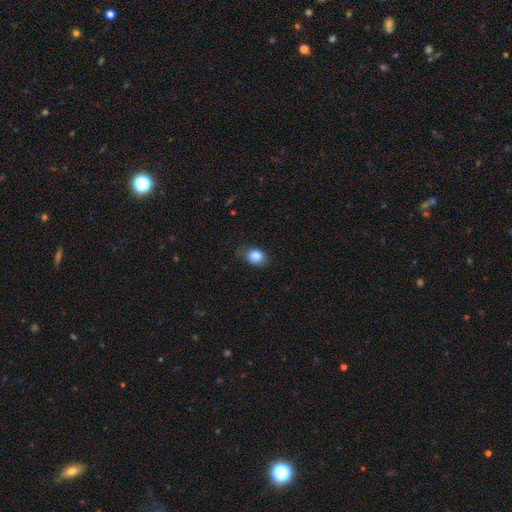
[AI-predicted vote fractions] Smooth or featured?
  - smooth: 85% *
  - star or artifact: 9%
  - featured or disk: 6%
How rounded?
  - in between: 50% *
  - round: 49%
  - cigar-shaped: 1%
Merging?
  - none: 71% *
  - minor disturbance: 23%
  - major disturbance: 5%
  - merger: 1%